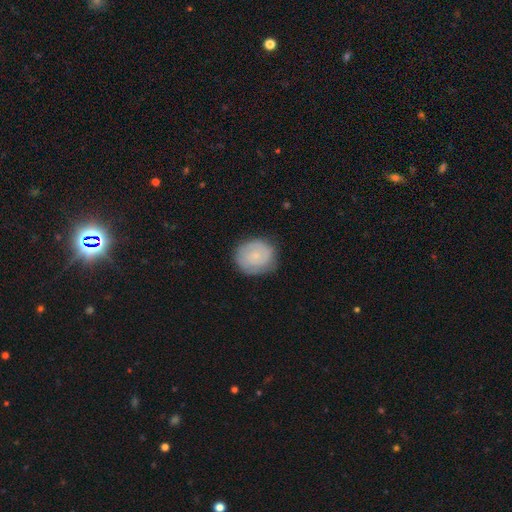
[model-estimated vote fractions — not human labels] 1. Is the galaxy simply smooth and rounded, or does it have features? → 51% smooth, 42% featured or disk, 7% star or artifact.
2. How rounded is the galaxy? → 77% round, 23% in between, 1% cigar-shaped.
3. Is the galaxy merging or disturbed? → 77% none, 17% minor disturbance, 5% major disturbance, 1% merger.